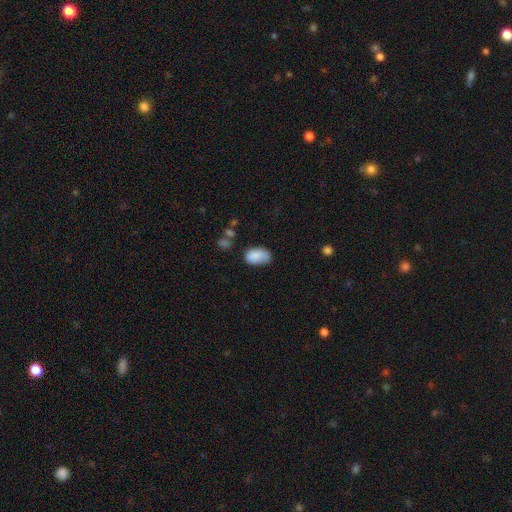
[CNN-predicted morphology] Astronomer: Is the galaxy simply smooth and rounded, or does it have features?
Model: smooth — 84%.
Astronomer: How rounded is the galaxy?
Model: in between — 92%.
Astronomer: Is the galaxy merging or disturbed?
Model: none — 56% (runner-up: minor disturbance, 31%).